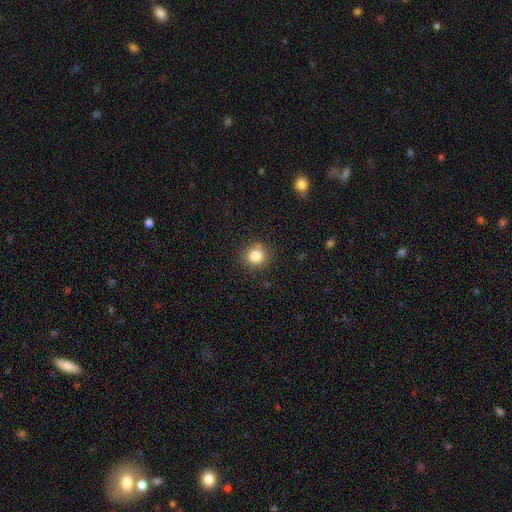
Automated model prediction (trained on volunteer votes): Overall: smooth (83%). How rounded: round (89%). Merging: none (85%).